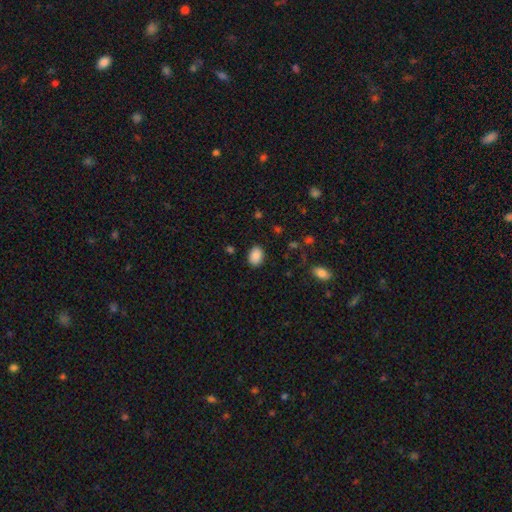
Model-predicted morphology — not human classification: smooth_or_featured: smooth (p=0.88) [alt: star or artifact p=0.08]
how_rounded: in between (p=0.73) [alt: round p=0.26]
merging: none (p=0.86) [alt: minor disturbance p=0.10]